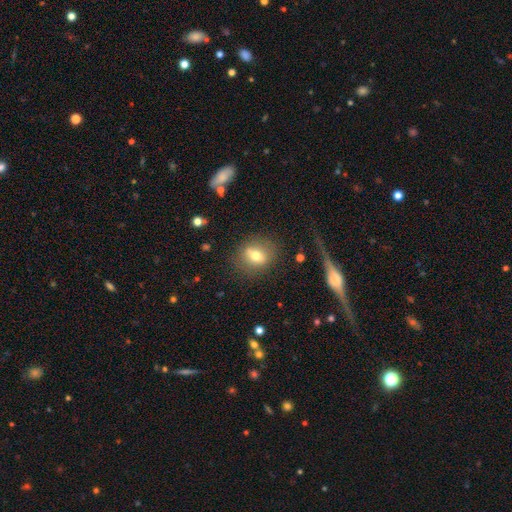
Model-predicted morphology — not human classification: smooth_or_featured: smooth (p=0.67) [alt: featured or disk p=0.23]
how_rounded: round (p=0.59) [alt: in between p=0.39]
merging: none (p=0.78) [alt: minor disturbance p=0.13]